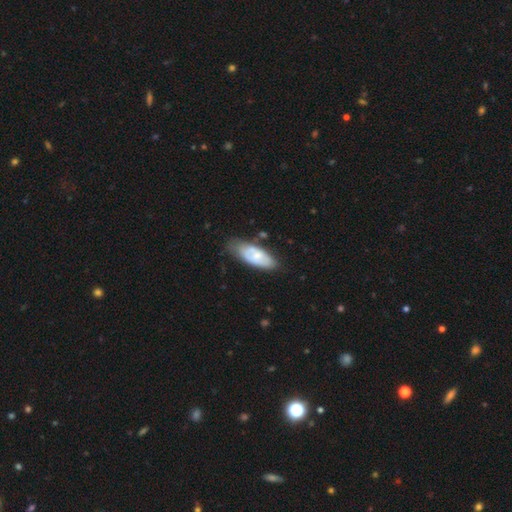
smooth-or-featured: smooth: 64% | featured or disk: 31% | star or artifact: 5%
  how-rounded: in between: 80% | cigar-shaped: 16% | round: 4%
  merging: none: 41% | minor disturbance: 38% | major disturbance: 14% | merger: 8%